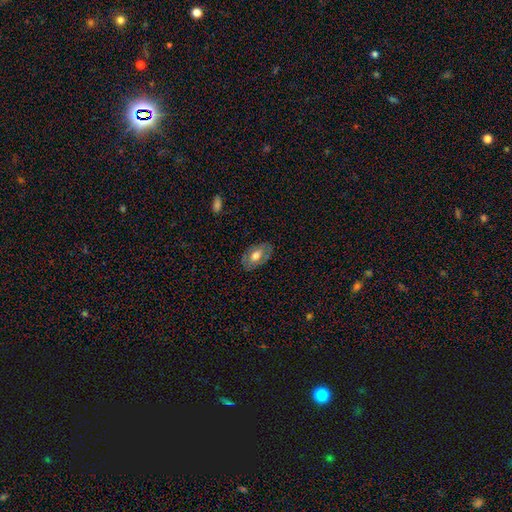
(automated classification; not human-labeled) A smooth galaxy with no disk features (53%) that is in between round and cigar-shaped (91%). Merging: none (79%).